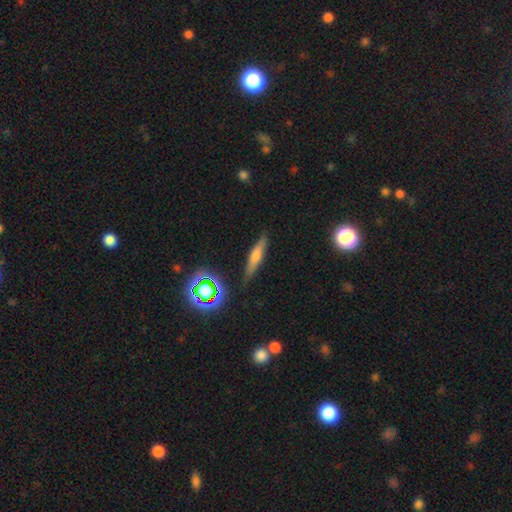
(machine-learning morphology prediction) This appears to be a smooth galaxy with no disk features (49%). Merging: none (86%).